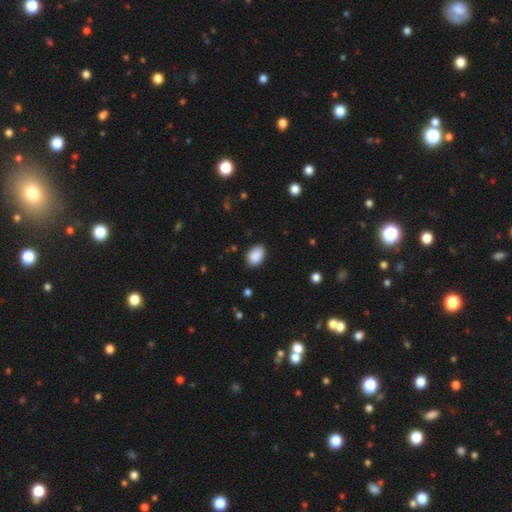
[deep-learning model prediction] Smooth or featured: smooth — 90% (star or artifact — 7%)
How rounded: in between — 85% (round — 14%)
Merging: none — 84% (minor disturbance — 12%)